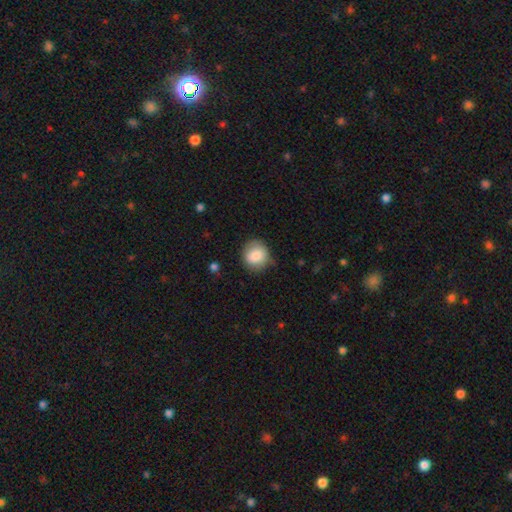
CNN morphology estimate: Smooth or featured?
  - smooth: 85% *
  - star or artifact: 7%
  - featured or disk: 7%
How rounded?
  - round: 82% *
  - in between: 17%
  - cigar-shaped: 1%
Merging?
  - none: 73% *
  - minor disturbance: 21%
  - major disturbance: 5%
  - merger: 2%